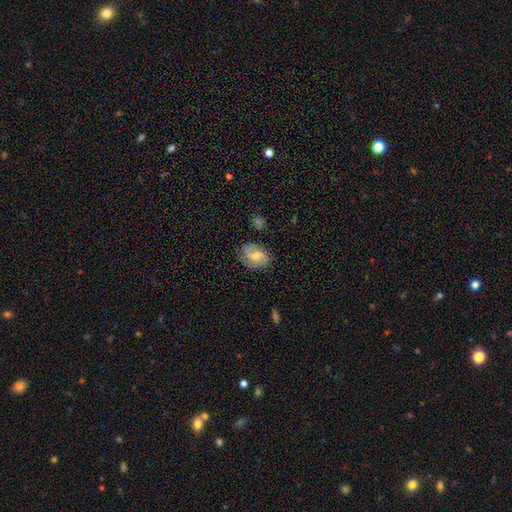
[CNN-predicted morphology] Smooth or featured? featured or disk (67%)
Edge-on disk? no (97%)
Bar? weak (50%)
Spiral arms? yes (92%)
Spiral winding? medium (44%)
Spiral arm count? 2 (65%)
Bulge size? moderate (54%)
Merging? none (74%)